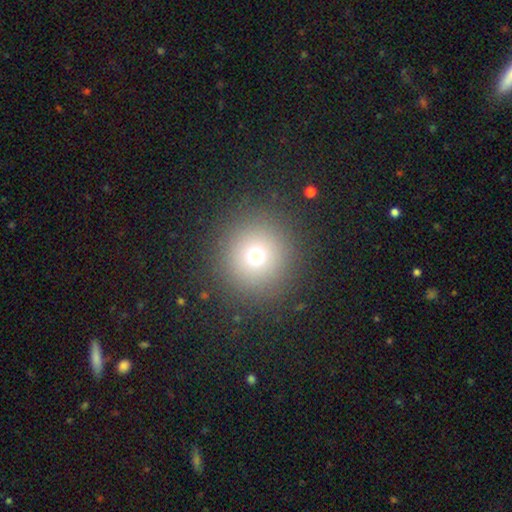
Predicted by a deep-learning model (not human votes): Smooth or featured? smooth (70%)
How rounded? round (95%)
Merging? none (89%)